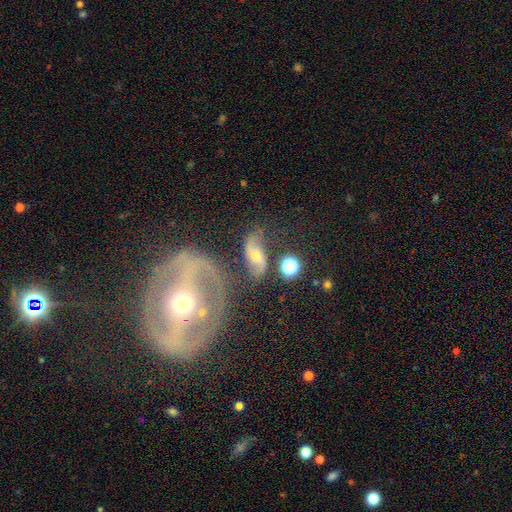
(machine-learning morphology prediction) Q: Smooth or featured?
A: featured or disk (71%); runner-up: smooth (18%)
Q: Edge-on disk?
A: no (95%); runner-up: yes (5%)
Q: Bar?
A: no (49%); runner-up: weak (38%)
Q: Spiral arms?
A: yes (93%); runner-up: no (7%)
Q: Spiral winding?
A: loose (67%); runner-up: medium (24%)
Q: Spiral arm count?
A: 2 (91%); runner-up: can't tell (3%)
Q: Bulge size?
A: small (47%); runner-up: moderate (45%)
Q: Merging?
A: none (59%); runner-up: minor disturbance (19%)